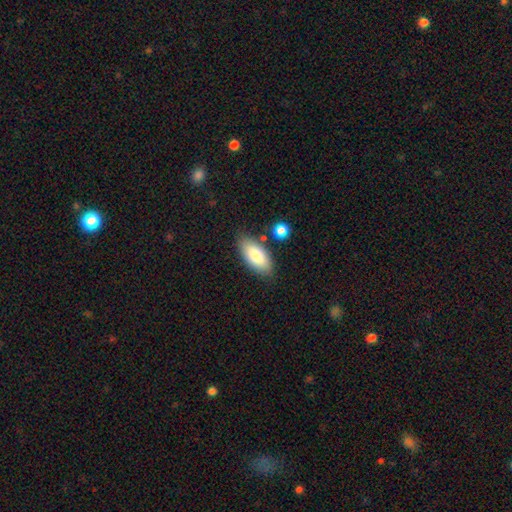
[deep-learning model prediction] smooth 80%, featured or disk 13%, star or artifact 6%. Down the decision tree: how rounded — in between (90%); merging — none (80%).